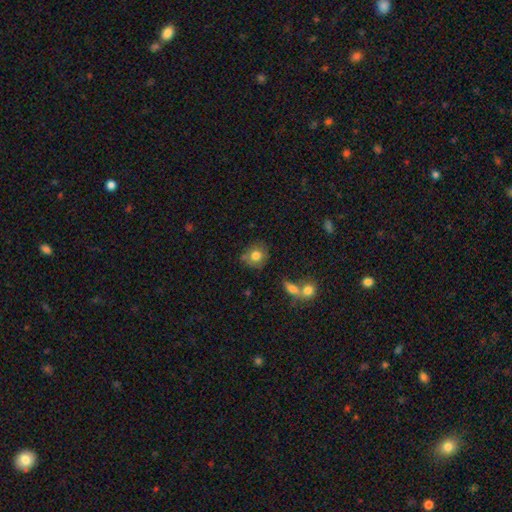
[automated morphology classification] This appears to be a smooth galaxy with no disk features (79%) that is round (84%). Merging: none (70%).